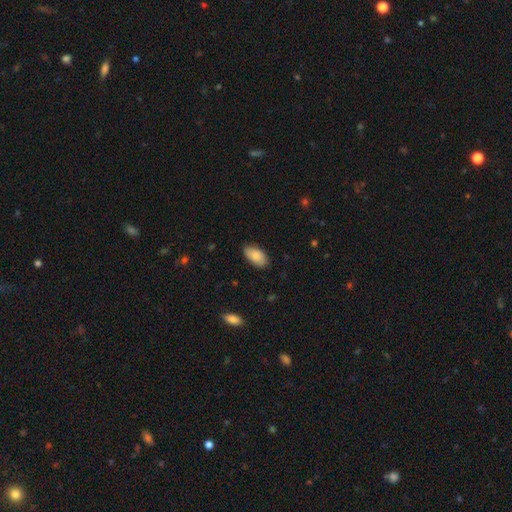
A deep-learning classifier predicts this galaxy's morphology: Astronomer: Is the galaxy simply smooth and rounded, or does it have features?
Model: smooth — 82%.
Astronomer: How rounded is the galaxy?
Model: in between — 95%.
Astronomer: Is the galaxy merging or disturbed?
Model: none — 81%.